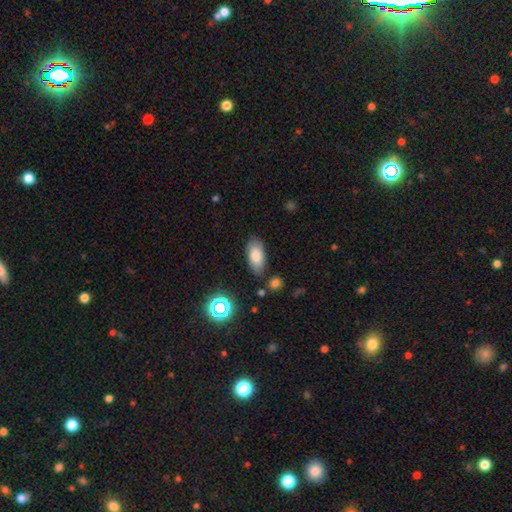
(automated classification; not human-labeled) A smooth galaxy with no disk features (80%) that is in between round and cigar-shaped (90%).

Vote fractions:
- Smooth or featured? smooth: 80% / featured or disk: 12% / star or artifact: 9%
- How rounded? in between: 90% / cigar-shaped: 7% / round: 3%
- Merging? none: 81% / minor disturbance: 13% / merger: 3% / major disturbance: 3%